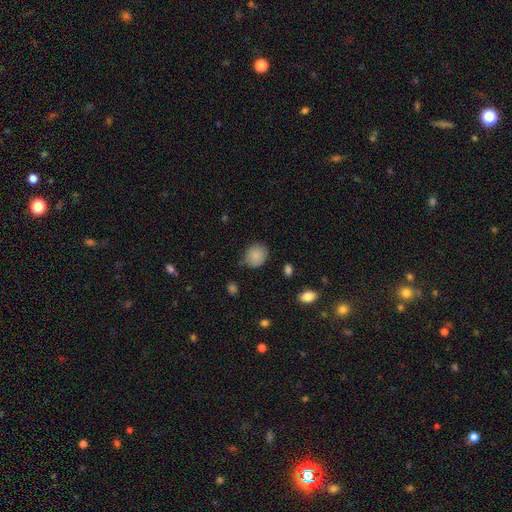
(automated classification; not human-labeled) The model was most divided on "how rounded": round: 72%, in between: 27%, cigar-shaped: 1%. More confident: smooth or featured — smooth (85%); merging — none (71%).